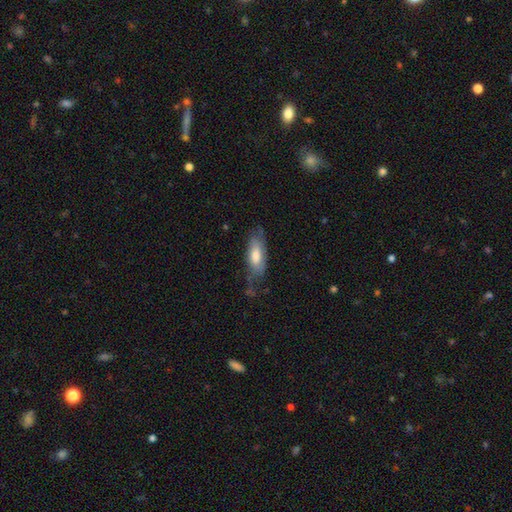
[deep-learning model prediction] Smooth or featured? Predicted: smooth (p=0.57). How rounded? Predicted: in between (p=0.71). Merging? Predicted: none (p=0.55).